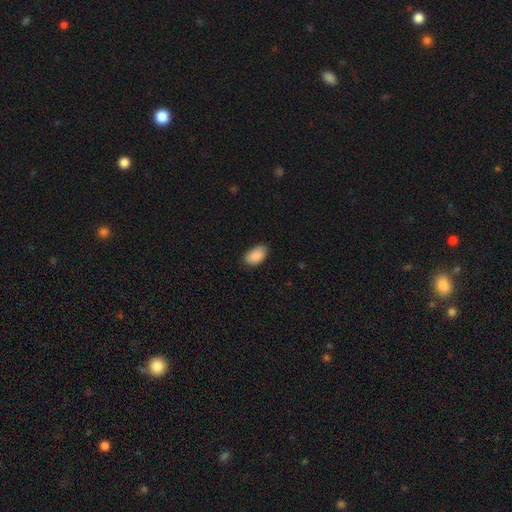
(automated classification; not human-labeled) Morphology: type=smooth (90%); roundness=in between (94%); merging=none (83%).